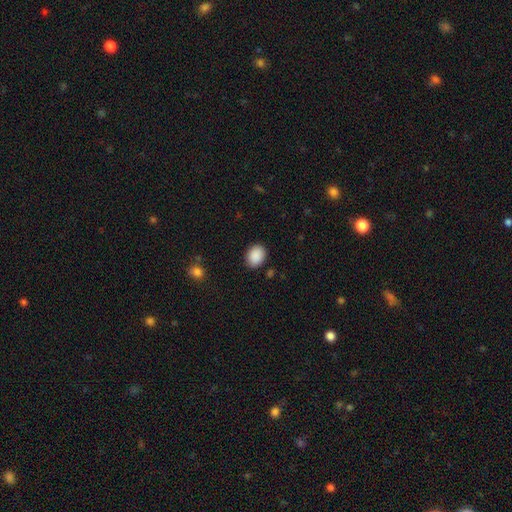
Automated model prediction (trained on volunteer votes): smooth_or_featured: smooth (p=0.90) [alt: star or artifact p=0.07]
how_rounded: in between (p=0.64) [alt: round p=0.35]
merging: none (p=0.87) [alt: minor disturbance p=0.09]